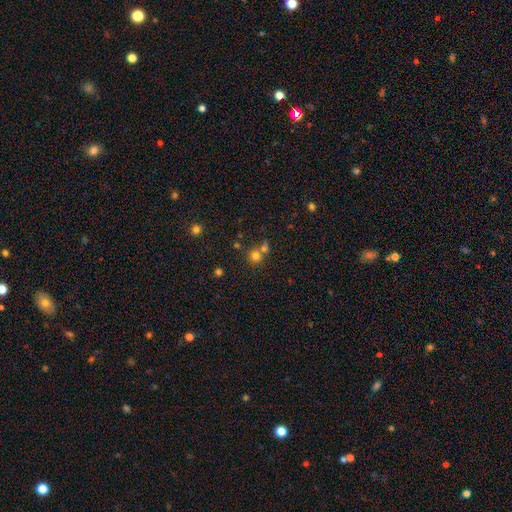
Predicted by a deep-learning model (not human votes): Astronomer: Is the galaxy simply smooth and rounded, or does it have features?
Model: smooth — 76%.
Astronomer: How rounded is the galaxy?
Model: round — 88%.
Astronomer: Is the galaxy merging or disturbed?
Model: none — 56% (runner-up: merger, 33%).